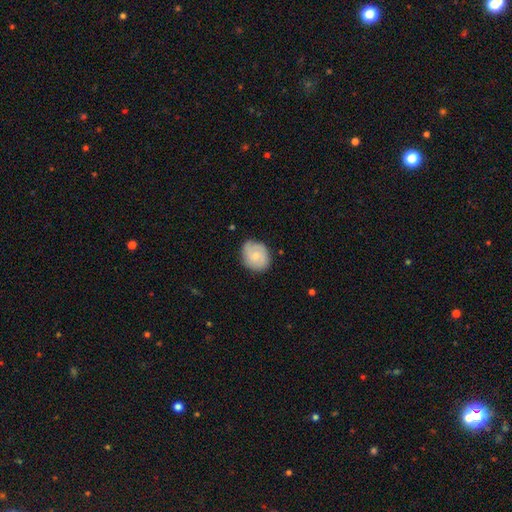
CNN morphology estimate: Smooth or featured? Predicted: smooth (p=0.57). How rounded? Predicted: round (p=0.60). Merging? Predicted: none (p=0.70).